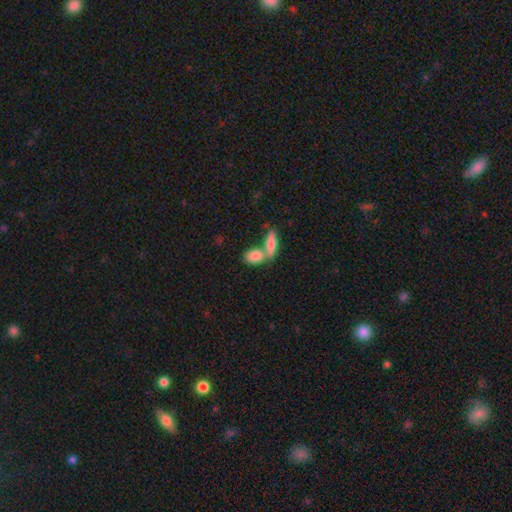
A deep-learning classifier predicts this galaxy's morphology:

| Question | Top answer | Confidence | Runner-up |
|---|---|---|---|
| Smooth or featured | smooth | 80% | featured or disk (13%) |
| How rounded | in between | 80% | cigar-shaped (10%) |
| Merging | merger | 52% | none (37%) |